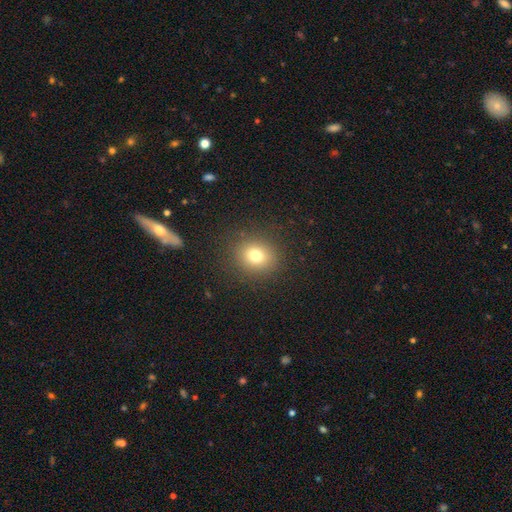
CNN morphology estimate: Smooth or featured?
  - smooth: 75% *
  - star or artifact: 15%
  - featured or disk: 10%
How rounded?
  - round: 77% *
  - in between: 22%
  - cigar-shaped: 1%
Merging?
  - none: 88% *
  - minor disturbance: 7%
  - major disturbance: 4%
  - merger: 1%